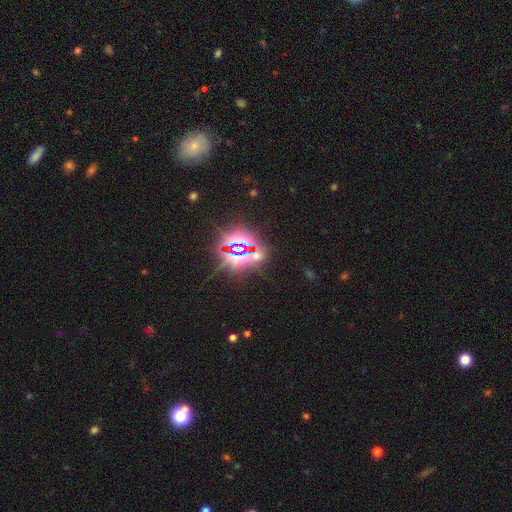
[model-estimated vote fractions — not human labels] star or artifact 79%, smooth 13%, featured or disk 7%.